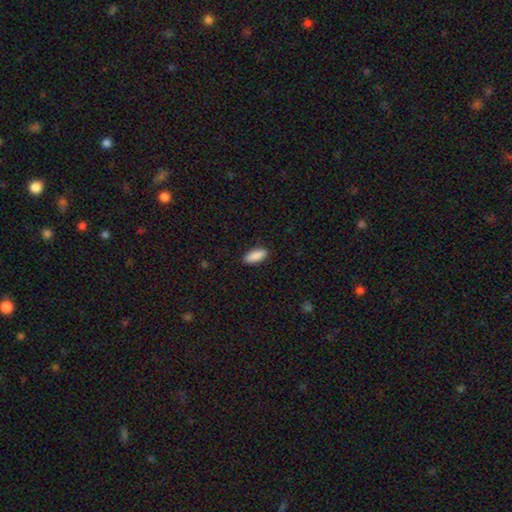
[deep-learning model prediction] Q: Smooth or featured?
A: smooth (90%); runner-up: star or artifact (6%)
Q: How rounded?
A: in between (76%); runner-up: cigar-shaped (22%)
Q: Merging?
A: none (90%); runner-up: minor disturbance (8%)